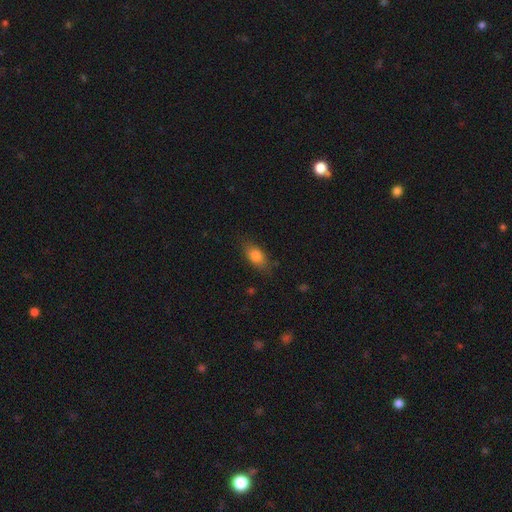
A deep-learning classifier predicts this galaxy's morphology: This appears to be a smooth galaxy with no disk features (80%) that is in between round and cigar-shaped (83%). Merging: none (78%).